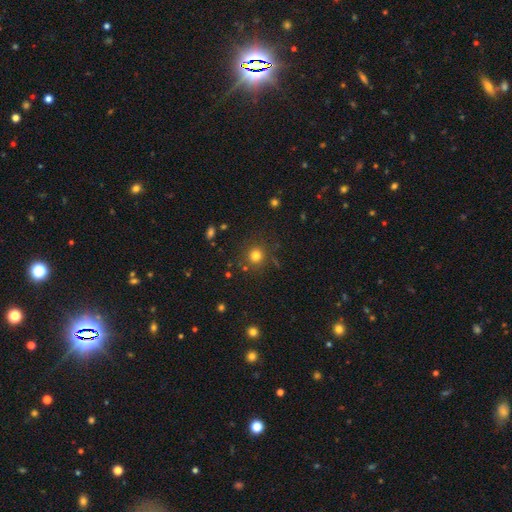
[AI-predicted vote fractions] The model was most divided on "smooth or featured": smooth: 78%, star or artifact: 16%, featured or disk: 6%. More confident: how rounded — round (92%); merging — none (84%).